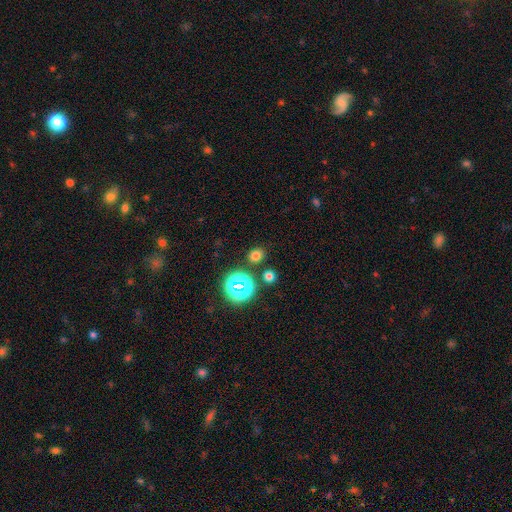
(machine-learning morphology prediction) smooth_or_featured: smooth (p=0.69) [alt: star or artifact p=0.25]
how_rounded: round (p=0.75) [alt: in between p=0.24]
merging: none (p=0.83) [alt: minor disturbance p=0.08]